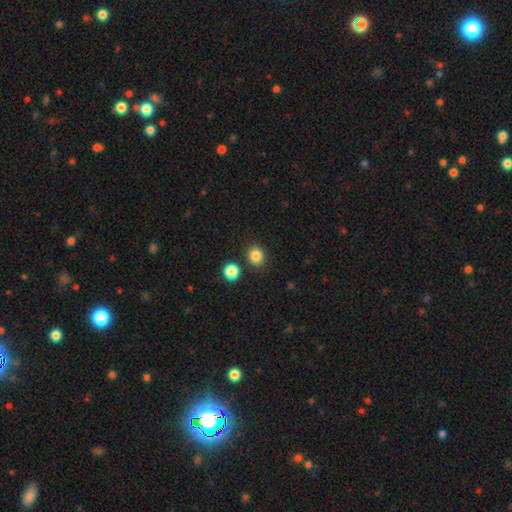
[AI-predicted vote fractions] Smooth or featured?
  - smooth: 85% *
  - star or artifact: 11%
  - featured or disk: 4%
How rounded?
  - round: 74% *
  - in between: 25%
  - cigar-shaped: 1%
Merging?
  - none: 86% *
  - minor disturbance: 7%
  - merger: 5%
  - major disturbance: 2%